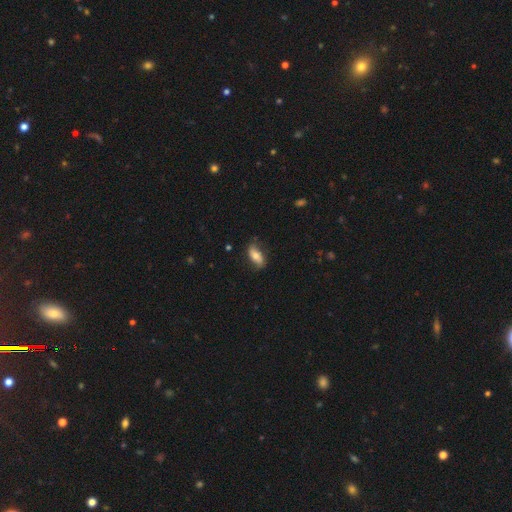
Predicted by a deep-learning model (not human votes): Overall: smooth (67%). How rounded: in between (84%). Merging: none (74%).